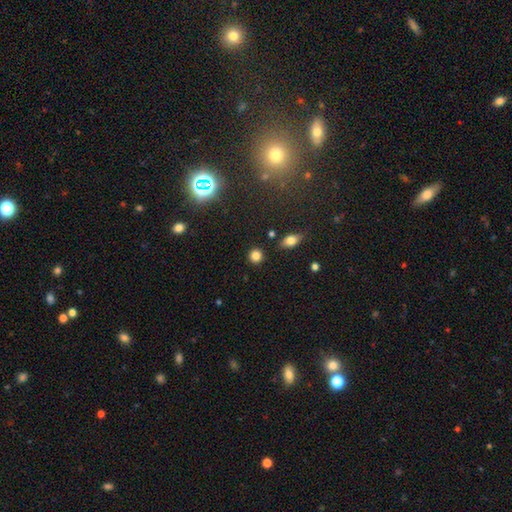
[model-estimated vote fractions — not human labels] The model was most divided on "smooth or featured": smooth: 81%, star or artifact: 14%, featured or disk: 5%. More confident: how rounded — round (90%); merging — none (88%).